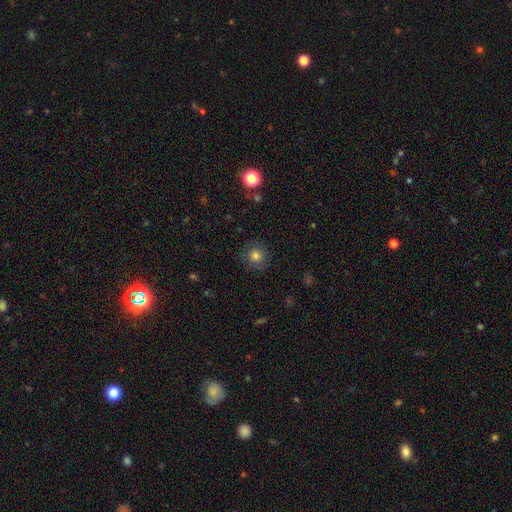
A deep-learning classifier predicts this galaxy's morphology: Smooth or featured? Predicted: smooth (p=0.75). How rounded? Predicted: round (p=0.93). Merging? Predicted: none (p=0.85).